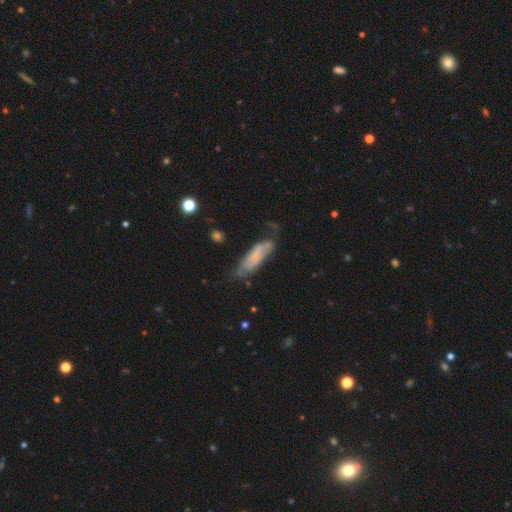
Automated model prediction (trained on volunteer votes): Smooth or featured?
  - smooth: 52% *
  - featured or disk: 40%
  - star or artifact: 8%
How rounded?
  - cigar-shaped: 56% *
  - in between: 43%
  - round: 2%
Merging?
  - none: 50% *
  - minor disturbance: 32%
  - major disturbance: 14%
  - merger: 4%